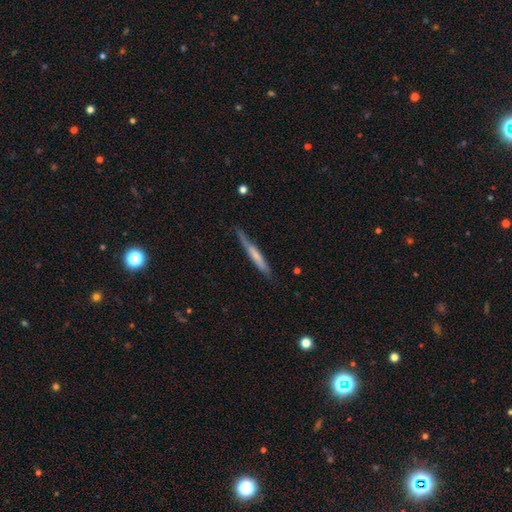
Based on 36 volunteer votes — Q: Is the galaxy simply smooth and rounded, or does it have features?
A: featured or disk — 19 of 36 (53%).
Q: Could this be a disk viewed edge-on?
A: yes — 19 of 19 (100%).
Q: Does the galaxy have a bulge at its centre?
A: none — 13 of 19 (68%).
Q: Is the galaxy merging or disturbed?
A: none — 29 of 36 (81%).